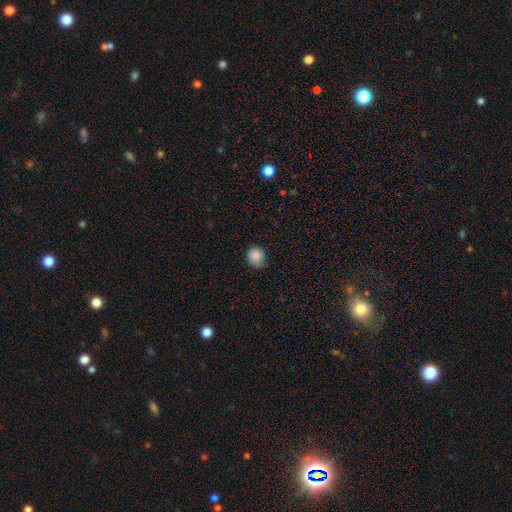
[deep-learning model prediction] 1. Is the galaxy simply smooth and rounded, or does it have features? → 84% smooth, 9% star or artifact, 7% featured or disk.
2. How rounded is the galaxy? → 76% round, 23% in between, 1% cigar-shaped.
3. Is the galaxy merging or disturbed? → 67% none, 27% minor disturbance, 5% major disturbance, 1% merger.